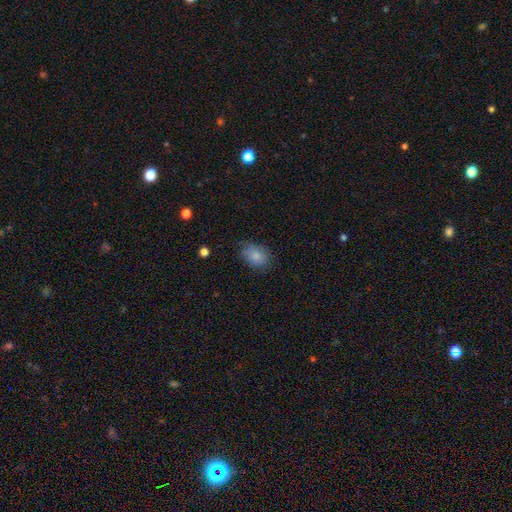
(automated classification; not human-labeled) smooth_or_featured: smooth (p=0.84) [alt: star or artifact p=0.09]
how_rounded: in between (p=0.73) [alt: round p=0.26]
merging: none (p=0.70) [alt: minor disturbance p=0.24]